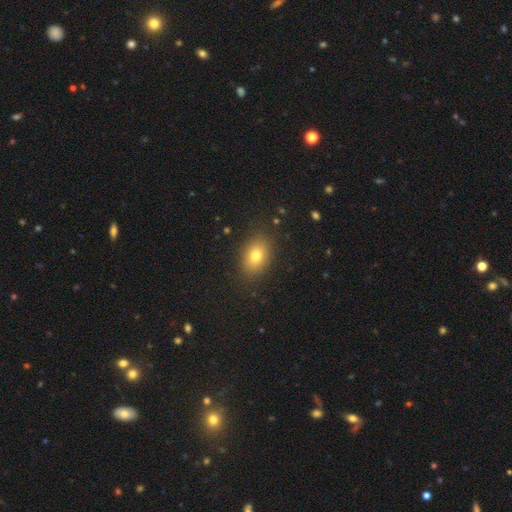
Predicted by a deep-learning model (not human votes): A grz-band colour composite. It shows a smooth galaxy with no disk features (78%) that is in between round and cigar-shaped (79%). Merging: none (86%).